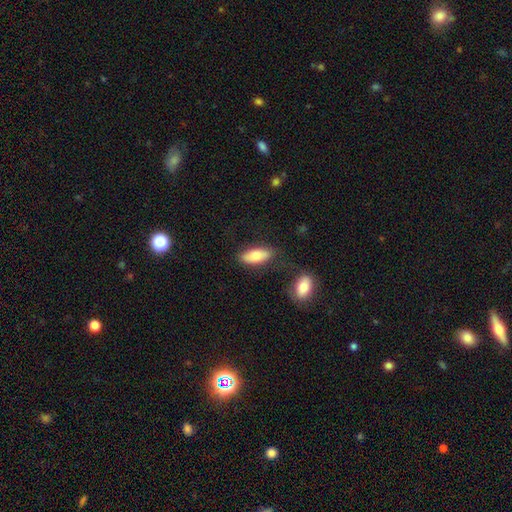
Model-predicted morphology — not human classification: smooth-or-featured: smooth: 79% | featured or disk: 14% | star or artifact: 7%
  how-rounded: in between: 84% | cigar-shaped: 14% | round: 3%
  merging: none: 74% | minor disturbance: 15% | merger: 7% | major disturbance: 4%